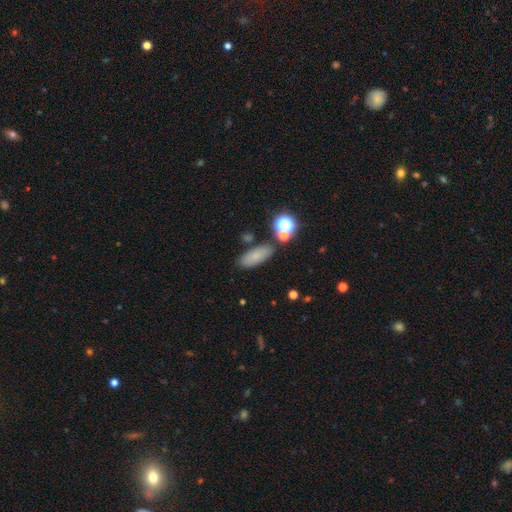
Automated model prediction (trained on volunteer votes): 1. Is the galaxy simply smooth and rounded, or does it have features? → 75% smooth, 13% star or artifact, 12% featured or disk.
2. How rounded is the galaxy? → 68% in between, 26% cigar-shaped, 6% round.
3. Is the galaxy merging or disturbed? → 79% none, 11% minor disturbance, 7% merger, 3% major disturbance.